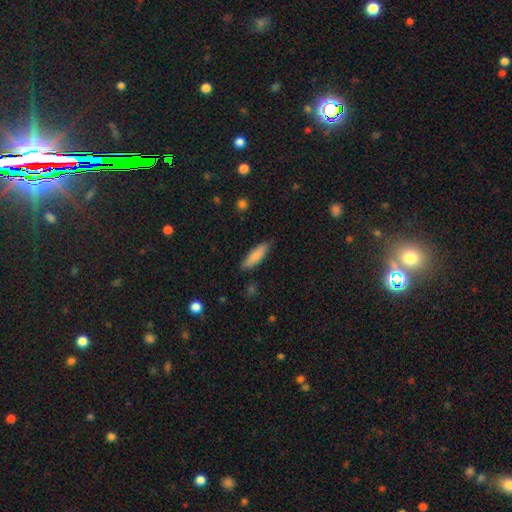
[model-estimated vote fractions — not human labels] smooth 82%, featured or disk 11%, star or artifact 6%. Down the decision tree: how rounded — cigar-shaped (60%); merging — none (83%).